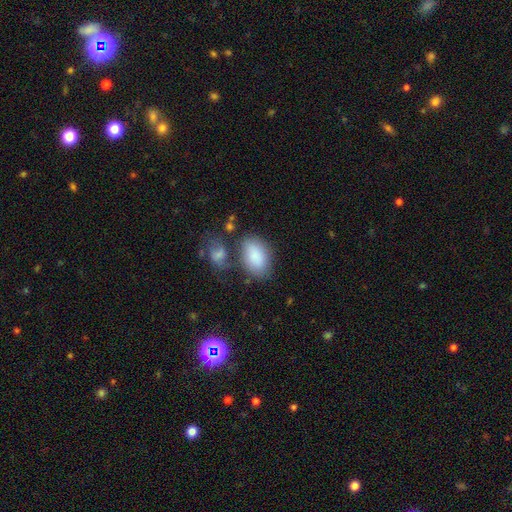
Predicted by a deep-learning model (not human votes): smooth 85%, featured or disk 8%, star or artifact 7%. Down the decision tree: how rounded — in between (90%); merging — none (58%).